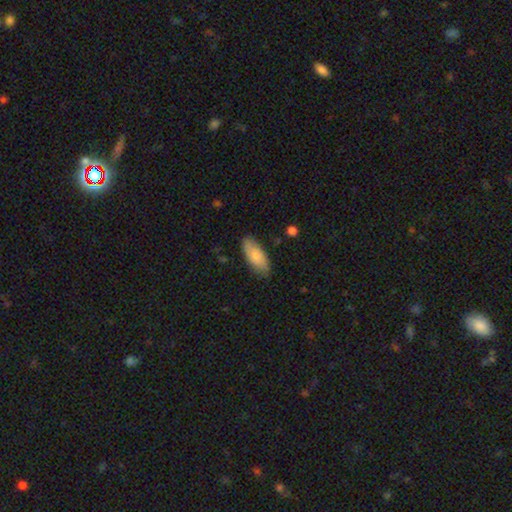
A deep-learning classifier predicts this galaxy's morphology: This appears to be a smooth galaxy with no disk features (82%) that is in between round and cigar-shaped (84%). Merging: none (82%).